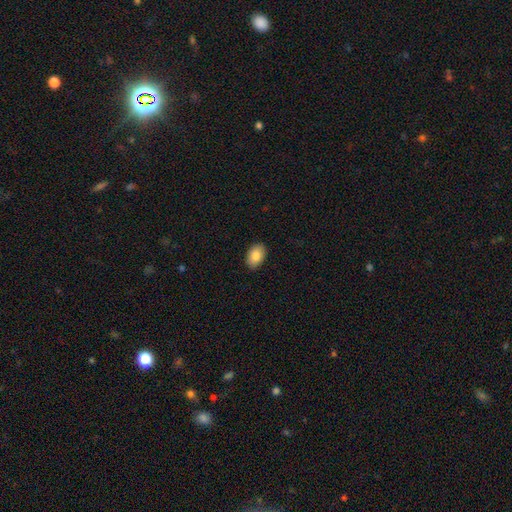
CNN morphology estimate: Smooth or featured?
  - smooth: 86% *
  - featured or disk: 7%
  - star or artifact: 7%
How rounded?
  - in between: 88% *
  - round: 11%
  - cigar-shaped: 1%
Merging?
  - none: 89% *
  - minor disturbance: 8%
  - major disturbance: 2%
  - merger: 1%